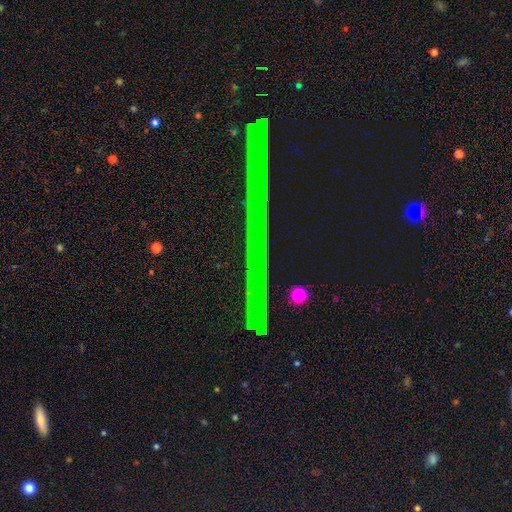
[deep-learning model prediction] Q: Smooth or featured?
A: star or artifact (75%); runner-up: featured or disk (15%)